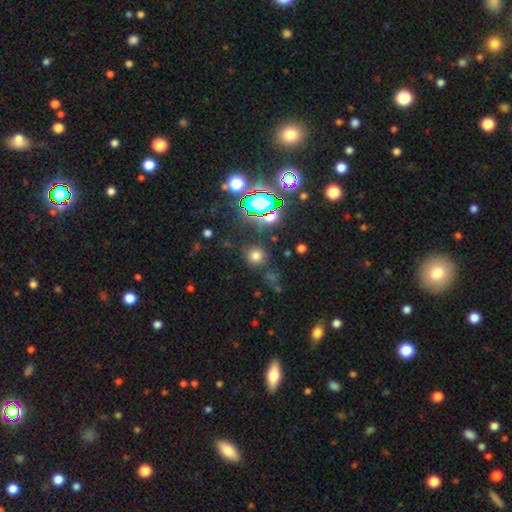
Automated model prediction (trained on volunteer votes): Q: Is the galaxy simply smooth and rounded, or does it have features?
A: smooth — 69%.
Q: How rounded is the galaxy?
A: round — 92%.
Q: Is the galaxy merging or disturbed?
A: none — 82%.